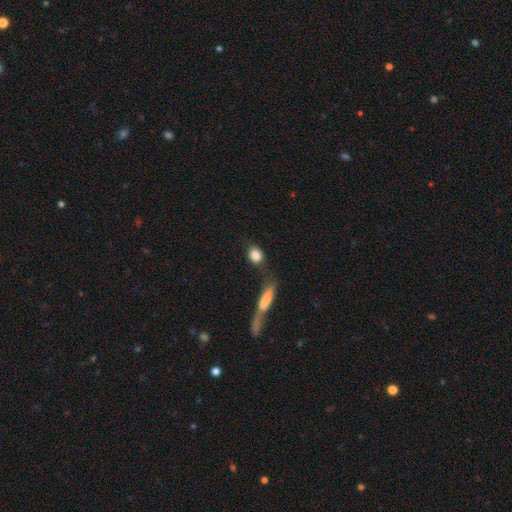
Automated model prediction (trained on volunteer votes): Smooth or featured? Predicted: smooth (p=0.84). How rounded? Predicted: in between (p=0.56). Merging? Predicted: none (p=0.60).